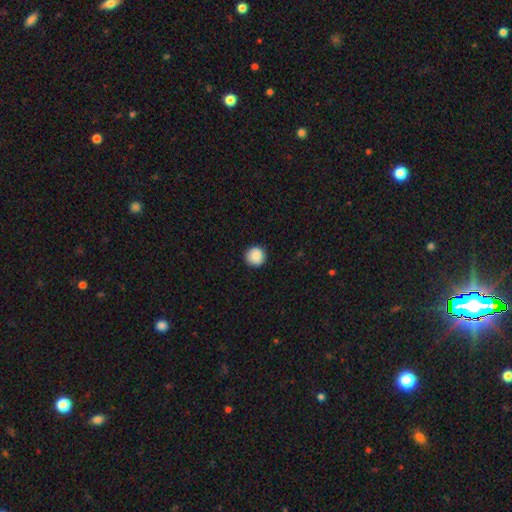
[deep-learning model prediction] This appears to be a smooth galaxy with no disk features (89%) that is round (96%). Merging: none (91%).